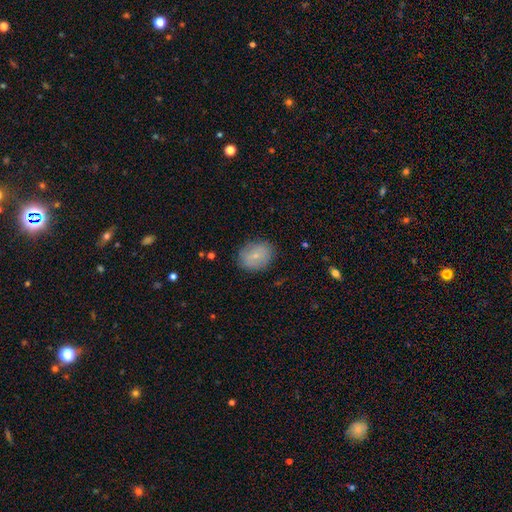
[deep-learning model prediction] This appears to be a smooth galaxy with no disk features (71%) that is in between round and cigar-shaped (58%). Merging: none (82%).